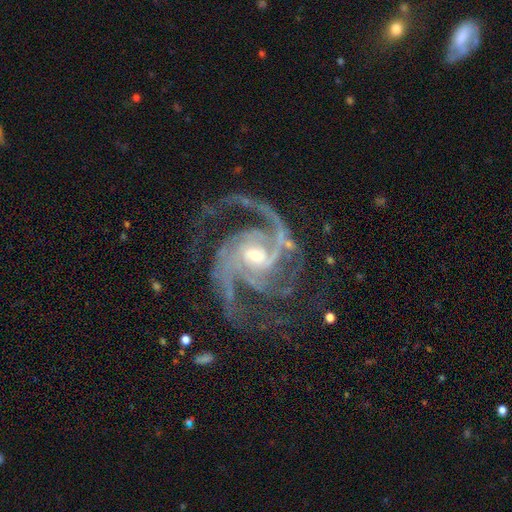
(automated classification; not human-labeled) Morphology: type=featured or disk (93%); edge-on=no (98%); bar=no (45%); spiral arms=yes (99%); winding=medium (54%); arm count=2 (31%, tied with 3); bulge=small (52%); merging=none (64%).